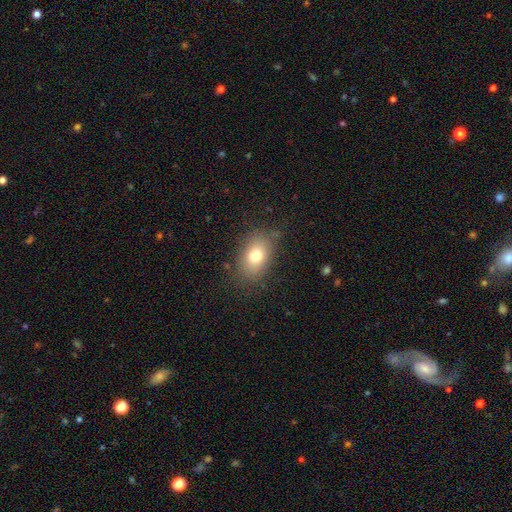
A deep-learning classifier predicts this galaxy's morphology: Q: Smooth or featured?
A: smooth (76%); runner-up: featured or disk (14%)
Q: How rounded?
A: in between (80%); runner-up: round (18%)
Q: Merging?
A: none (78%); runner-up: minor disturbance (15%)